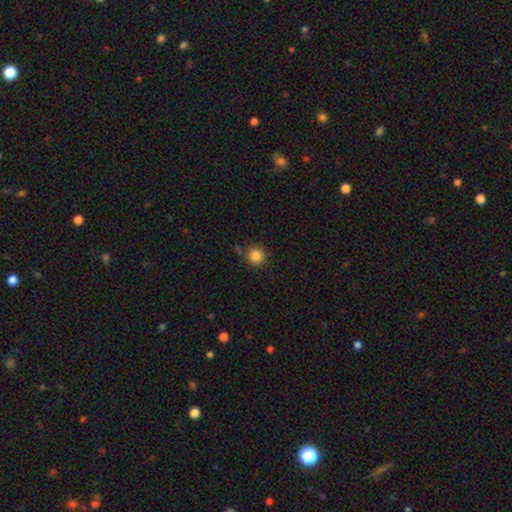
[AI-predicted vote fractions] smooth_or_featured: smooth (p=0.85) [alt: star or artifact p=0.11]
how_rounded: round (p=0.93) [alt: in between p=0.06]
merging: none (p=0.80) [alt: minor disturbance p=0.12]